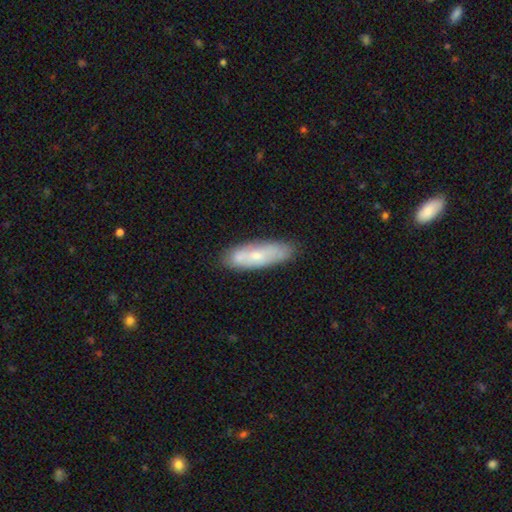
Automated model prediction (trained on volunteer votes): A smooth galaxy with no disk features (57%) that is cigar-shaped (51%).

Vote fractions:
- Smooth or featured? smooth: 57% / featured or disk: 37% / star or artifact: 6%
- How rounded? cigar-shaped: 51% / in between: 47% / round: 2%
- Merging? none: 74% / minor disturbance: 16% / merger: 7% / major disturbance: 3%